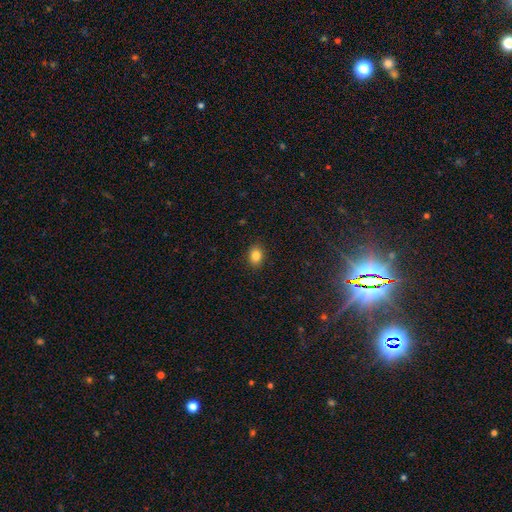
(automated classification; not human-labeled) Smooth or featured? Predicted: smooth (p=0.85). How rounded? Predicted: in between (p=0.67). Merging? Predicted: none (p=0.89).